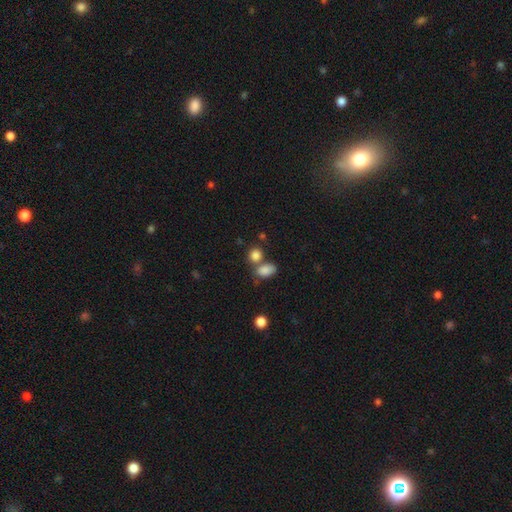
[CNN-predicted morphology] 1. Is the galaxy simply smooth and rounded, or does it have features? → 84% smooth, 10% star or artifact, 6% featured or disk.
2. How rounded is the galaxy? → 53% round, 45% in between, 2% cigar-shaped.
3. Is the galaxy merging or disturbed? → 50% none, 35% merger, 10% minor disturbance, 4% major disturbance.